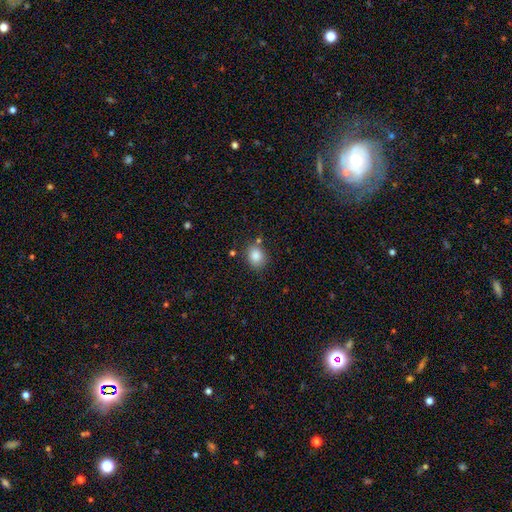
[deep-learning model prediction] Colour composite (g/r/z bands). It shows a smooth galaxy with no disk features (85%) that is round (58%). Merging: none (76%).